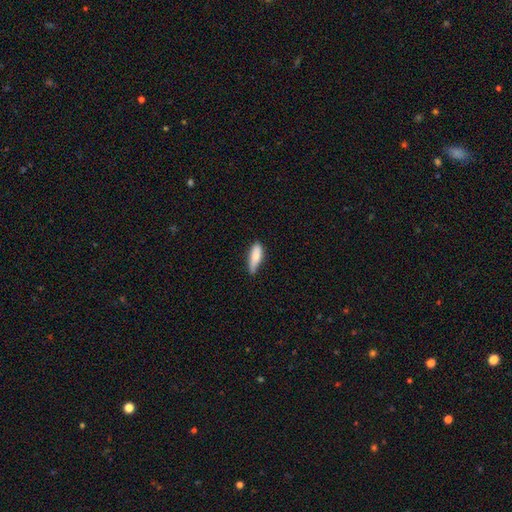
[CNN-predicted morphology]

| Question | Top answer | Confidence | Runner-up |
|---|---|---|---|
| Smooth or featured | smooth | 78% | featured or disk (16%) |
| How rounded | in between | 53% | cigar-shaped (45%) |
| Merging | none | 56% | minor disturbance (35%) |